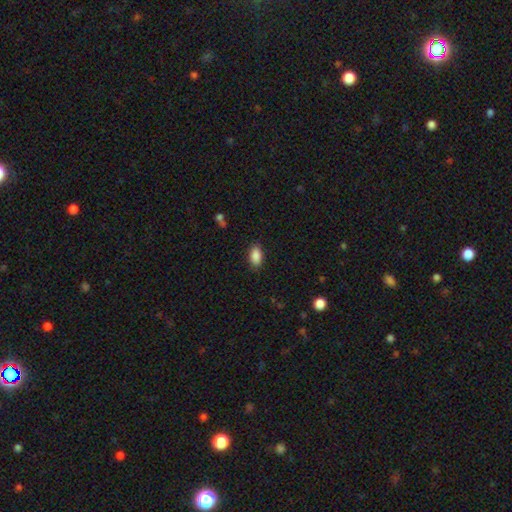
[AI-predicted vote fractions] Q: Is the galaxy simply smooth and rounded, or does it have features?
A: smooth — 89%.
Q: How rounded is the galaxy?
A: in between — 92%.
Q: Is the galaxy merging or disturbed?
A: none — 87%.